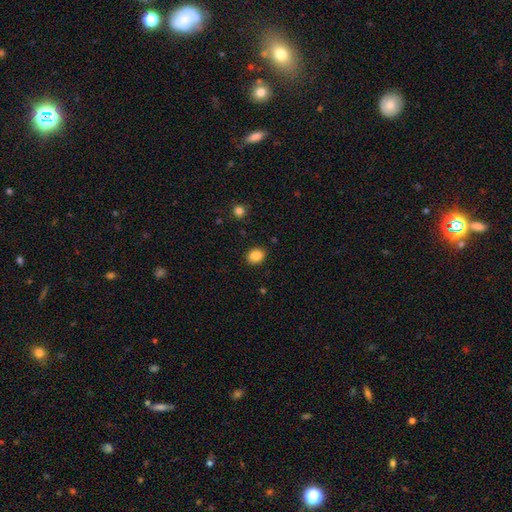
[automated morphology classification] smooth_or_featured: smooth (p=0.87) [alt: star or artifact p=0.09]
how_rounded: in between (p=0.51) [alt: round p=0.48]
merging: none (p=0.88) [alt: minor disturbance p=0.08]